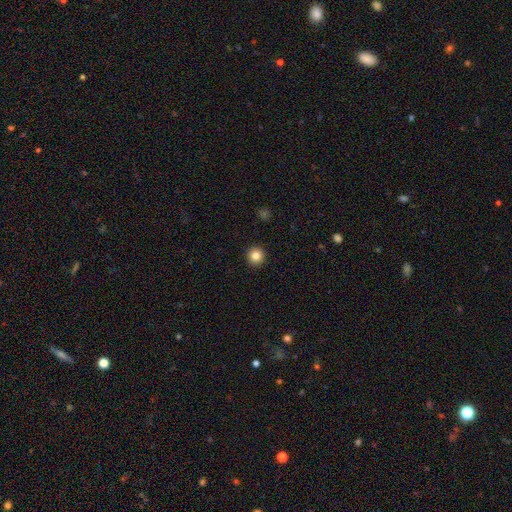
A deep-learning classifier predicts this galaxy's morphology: Smooth or featured? smooth (84%)
How rounded? round (95%)
Merging? none (93%)